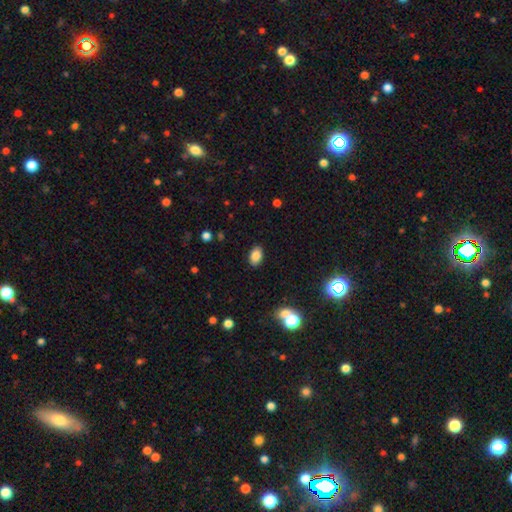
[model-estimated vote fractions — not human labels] smooth 84%, star or artifact 10%, featured or disk 6%. Down the decision tree: how rounded — in between (88%); merging — none (88%).